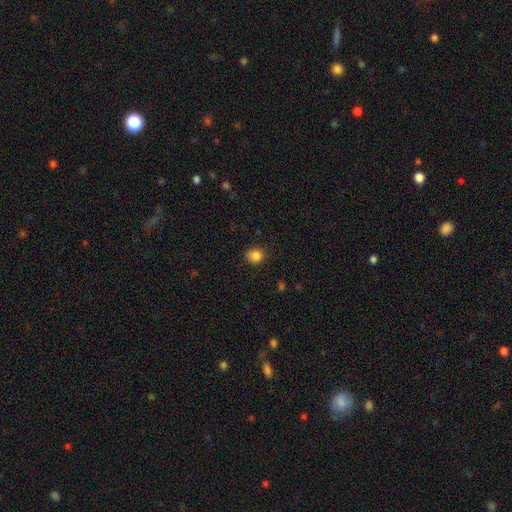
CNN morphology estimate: A smooth galaxy with no disk features (85%) that is round (81%).

Vote fractions:
- Smooth or featured? smooth: 85% / star or artifact: 11% / featured or disk: 4%
- How rounded? round: 81% / in between: 18% / cigar-shaped: 1%
- Merging? none: 84% / minor disturbance: 12% / major disturbance: 3% / merger: 1%